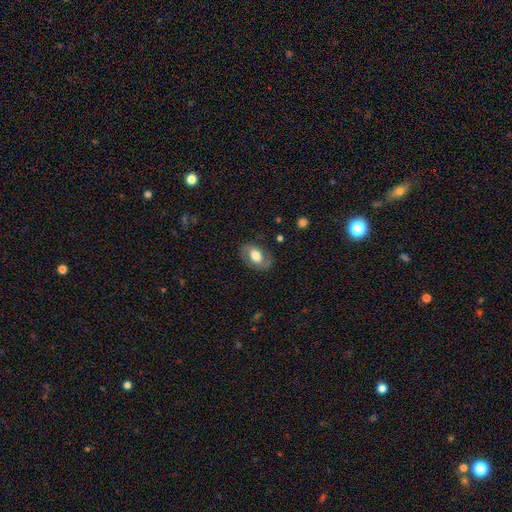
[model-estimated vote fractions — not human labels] Smooth or featured? Predicted: smooth (p=0.57). How rounded? Predicted: in between (p=0.86). Merging? Predicted: none (p=0.77).